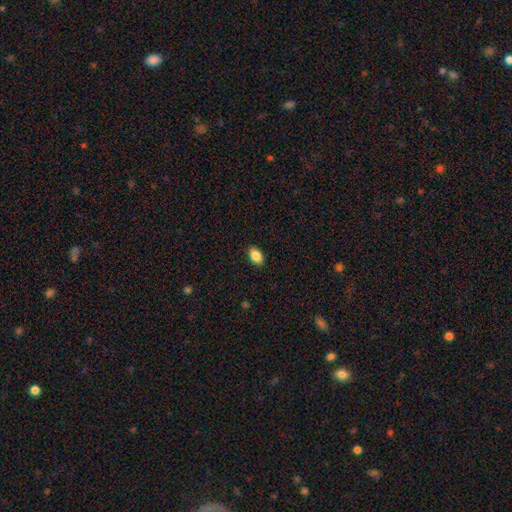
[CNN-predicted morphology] Overall: smooth (86%). How rounded: in between (84%). Merging: none (88%).